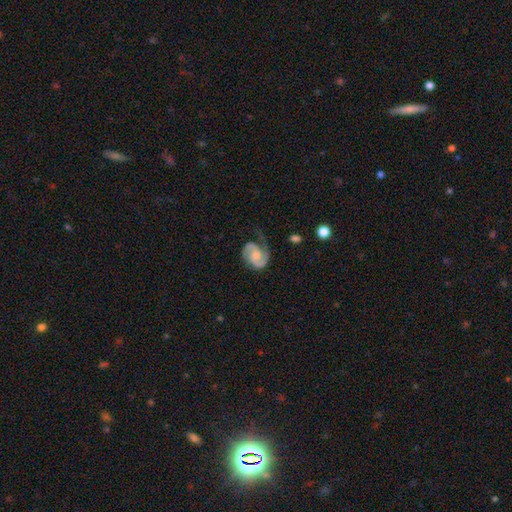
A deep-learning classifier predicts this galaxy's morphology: A featured or disk galaxy (85%) with no bar (60%), 2 (86%) medium (50%) spiral arms (97%) and a moderate central bulge (40%). Merging: none (59%).